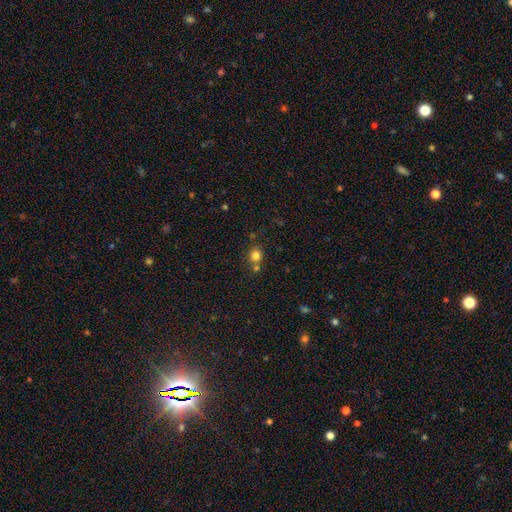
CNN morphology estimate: Q: Smooth or featured?
A: smooth (80%); runner-up: star or artifact (14%)
Q: How rounded?
A: round (81%); runner-up: in between (18%)
Q: Merging?
A: none (66%); runner-up: merger (20%)